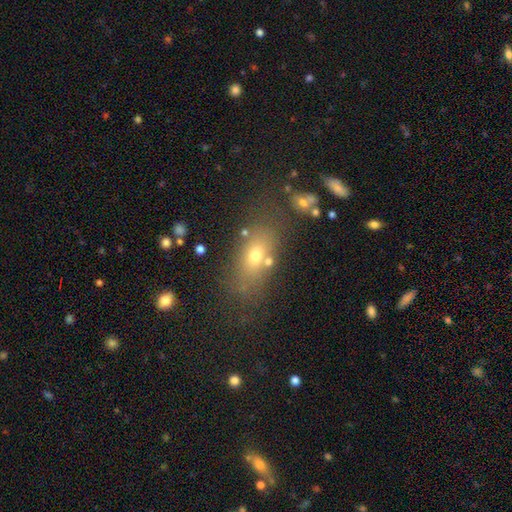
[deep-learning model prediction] A smooth galaxy with no disk features (64%) that is in between round and cigar-shaped (74%). Merging: none (69%).